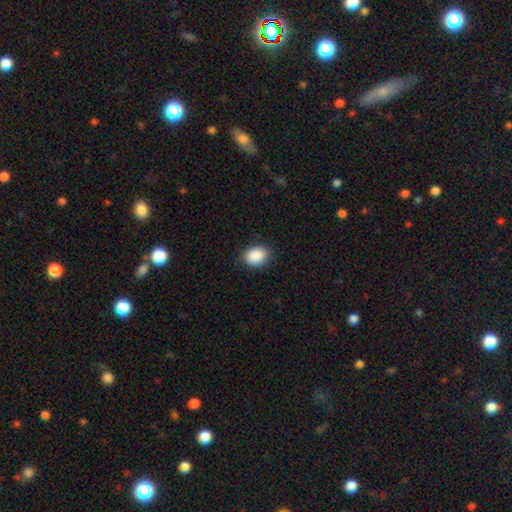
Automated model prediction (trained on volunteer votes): smooth-or-featured: smooth: 90% | star or artifact: 7% | featured or disk: 3%
  how-rounded: in between: 66% | round: 33% | cigar-shaped: 1%
  merging: none: 87% | minor disturbance: 10% | major disturbance: 2% | merger: 1%